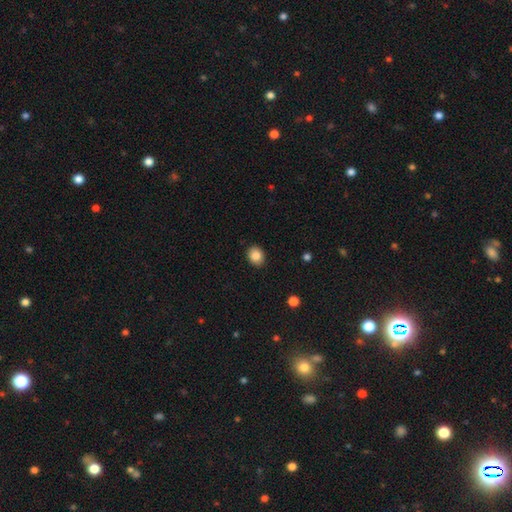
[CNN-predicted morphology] Smooth or featured?
  - smooth: 86% *
  - star or artifact: 9%
  - featured or disk: 5%
How rounded?
  - round: 55% *
  - in between: 44%
  - cigar-shaped: 1%
Merging?
  - none: 89% *
  - minor disturbance: 8%
  - major disturbance: 2%
  - merger: 1%